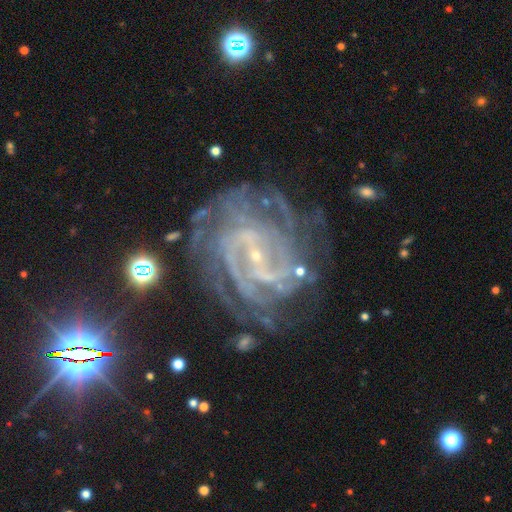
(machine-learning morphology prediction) smooth-or-featured: featured or disk: 88% | star or artifact: 8% | smooth: 4%
  disk-edge-on: no: 98% | yes: 2%
    bar: weak: 43% | no: 32% | strong: 25%
    has-spiral-arms: yes: 97% | no: 3%
      spiral-winding: tight: 64% | medium: 30% | loose: 6%
      spiral-arm-count: can't tell: 26% | 4: 20% | 2: 17% | 3: 16% | more than 4: 13% | 1: 8%
    bulge-size: small: 85% | moderate: 9% | none: 4% | large: 1% | dominant: 1%
  merging: none: 70% | minor disturbance: 17% | major disturbance: 10% | merger: 3%